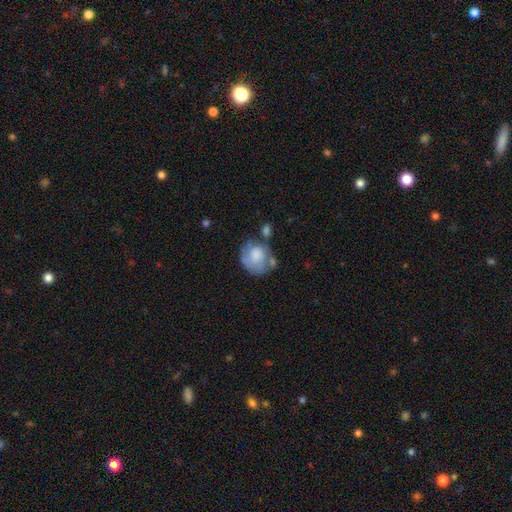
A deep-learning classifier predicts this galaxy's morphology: This appears to be a smooth galaxy with no disk features (60%) that is round (71%). Merging: none (42%).